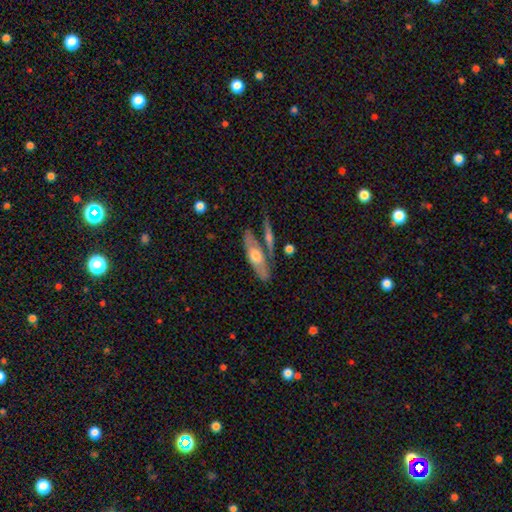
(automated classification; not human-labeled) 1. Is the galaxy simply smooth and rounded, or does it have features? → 51% featured or disk, 43% smooth, 6% star or artifact.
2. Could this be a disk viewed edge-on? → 54% yes, 46% no.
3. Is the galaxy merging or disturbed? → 60% none, 17% minor disturbance, 17% merger, 6% major disturbance.